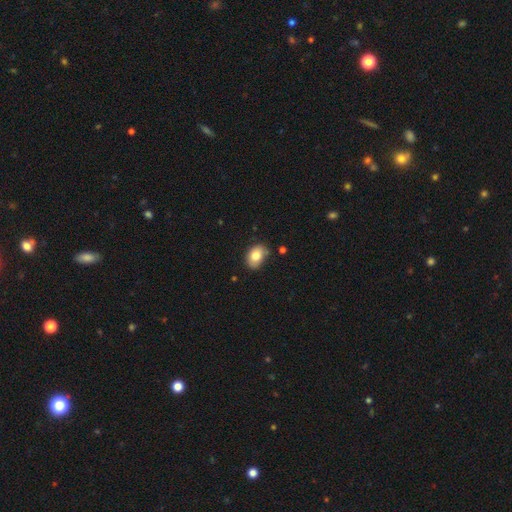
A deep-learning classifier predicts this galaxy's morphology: Smooth or featured? Predicted: smooth (p=0.80). How rounded? Predicted: in between (p=0.77). Merging? Predicted: none (p=0.69).